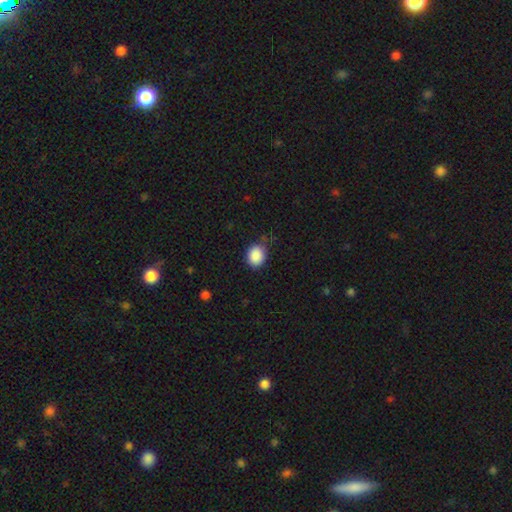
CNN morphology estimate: type=smooth (89%); roundness=round (60%); merging=none (72%).